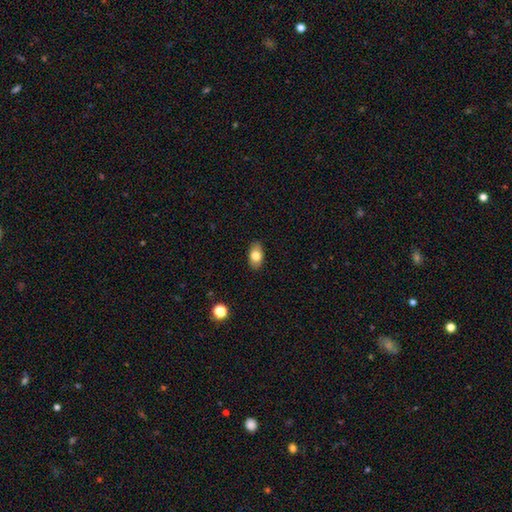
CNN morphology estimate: type=smooth (78%); roundness=in between (90%); merging=none (87%).